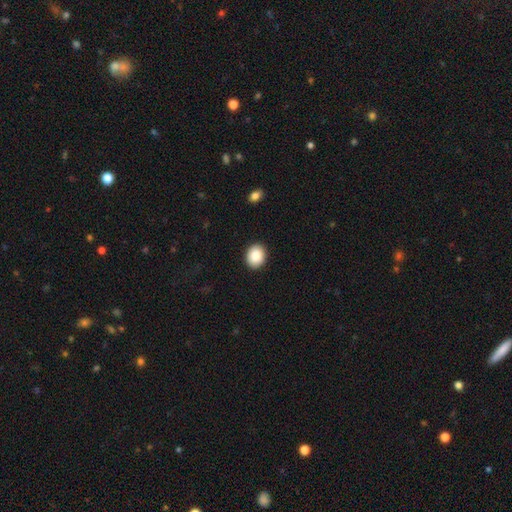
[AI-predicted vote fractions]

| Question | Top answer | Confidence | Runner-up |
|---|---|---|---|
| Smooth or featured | smooth | 88% | star or artifact (8%) |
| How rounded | round | 55% | in between (44%) |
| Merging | none | 91% | minor disturbance (6%) |